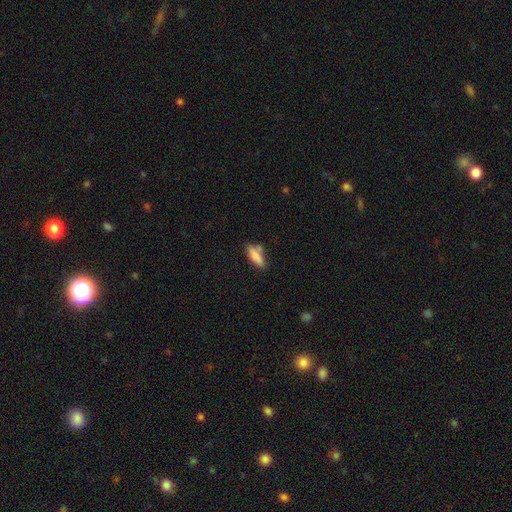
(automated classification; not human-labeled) Smooth or featured?
  - smooth: 82% *
  - featured or disk: 11%
  - star or artifact: 7%
How rounded?
  - cigar-shaped: 54% *
  - in between: 44%
  - round: 2%
Merging?
  - none: 64% *
  - minor disturbance: 19%
  - merger: 13%
  - major disturbance: 5%